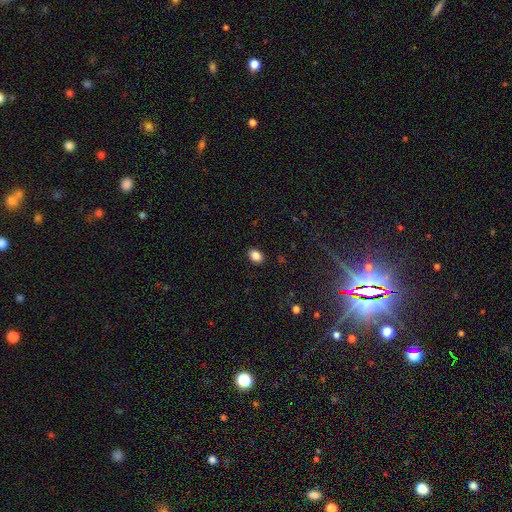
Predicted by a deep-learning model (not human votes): The model was most divided on "how rounded": in between: 76%, round: 23%, cigar-shaped: 1%. More confident: merging — none (89%); smooth or featured — smooth (86%).